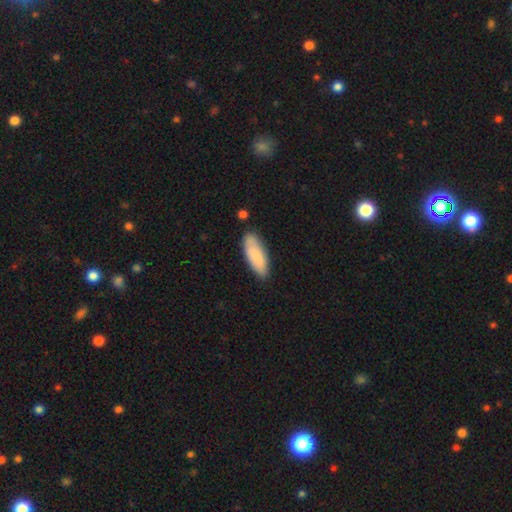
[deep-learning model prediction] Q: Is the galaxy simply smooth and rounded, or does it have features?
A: smooth — 85%.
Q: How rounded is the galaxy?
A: in between — 70%.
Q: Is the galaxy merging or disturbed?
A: none — 78%.